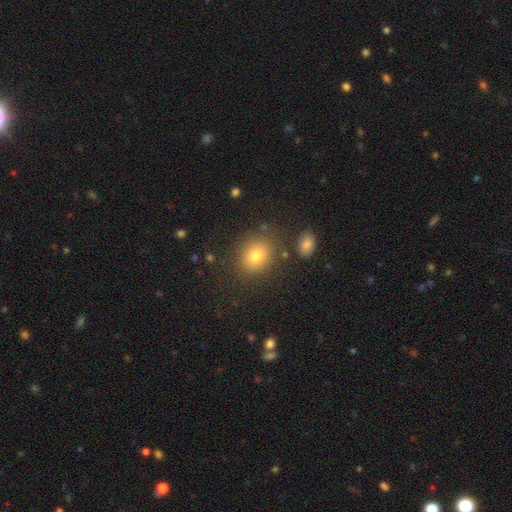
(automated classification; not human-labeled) Overall: smooth (78%). How rounded: round (63%; in between 36%). Merging: none (81%).